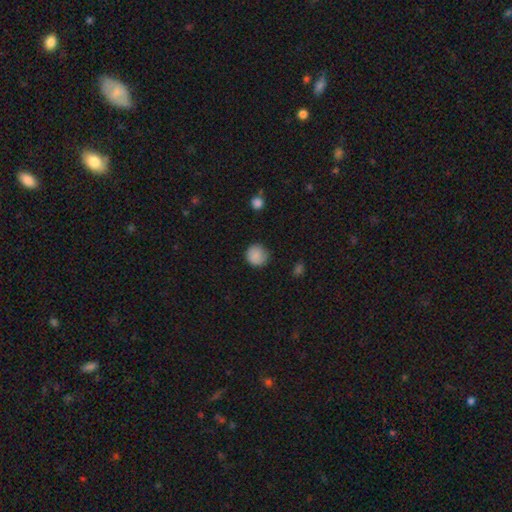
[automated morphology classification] smooth 87%, star or artifact 8%, featured or disk 5%. Down the decision tree: how rounded — round (92%); merging — none (82%).